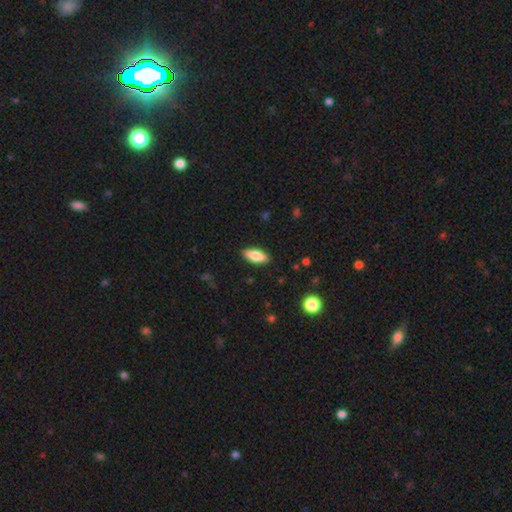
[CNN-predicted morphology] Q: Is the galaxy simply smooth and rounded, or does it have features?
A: smooth — 79%.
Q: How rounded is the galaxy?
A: in between — 80%.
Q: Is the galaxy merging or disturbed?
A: none — 89%.